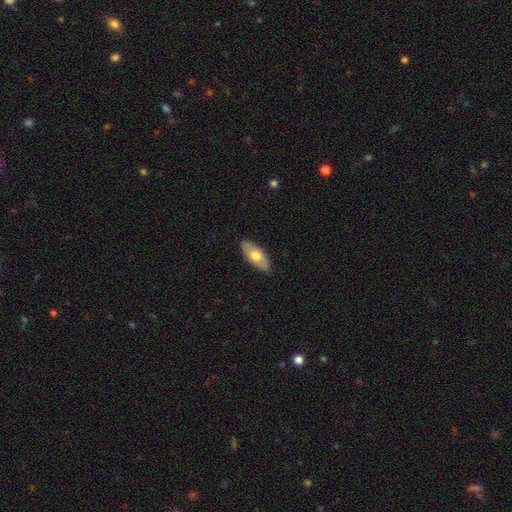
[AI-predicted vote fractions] smooth_or_featured: smooth (p=0.63) [alt: featured or disk p=0.32]
how_rounded: in between (p=0.87) [alt: cigar-shaped p=0.11]
merging: none (p=0.87) [alt: minor disturbance p=0.10]